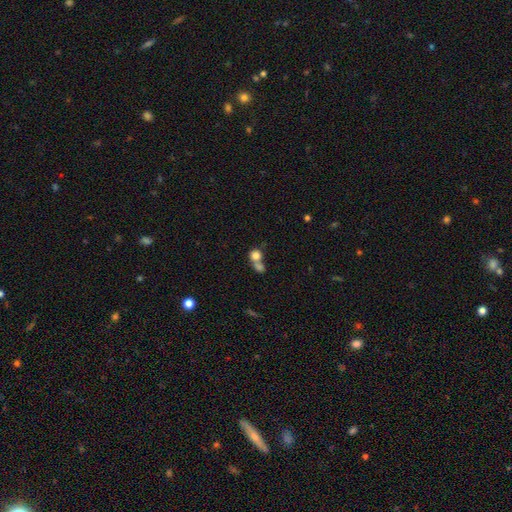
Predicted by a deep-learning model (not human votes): smooth-or-featured: smooth: 78% | featured or disk: 12% | star or artifact: 10%
  how-rounded: round: 77% | in between: 21% | cigar-shaped: 2%
  merging: merger: 61% | none: 27% | minor disturbance: 6% | major disturbance: 5%